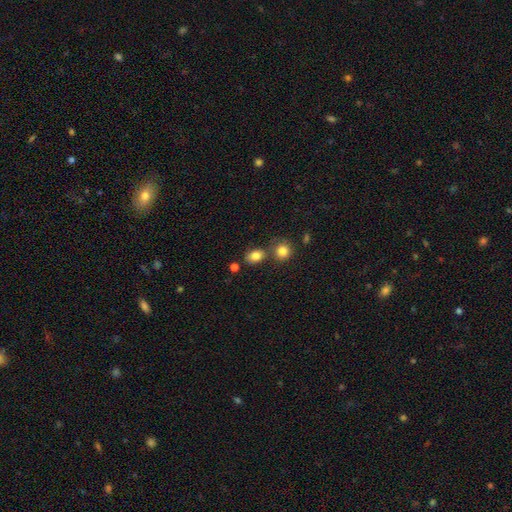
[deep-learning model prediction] smooth_or_featured: smooth (p=0.82) [alt: star or artifact p=0.11]
how_rounded: in between (p=0.62) [alt: round p=0.36]
merging: none (p=0.65) [alt: merger p=0.19]